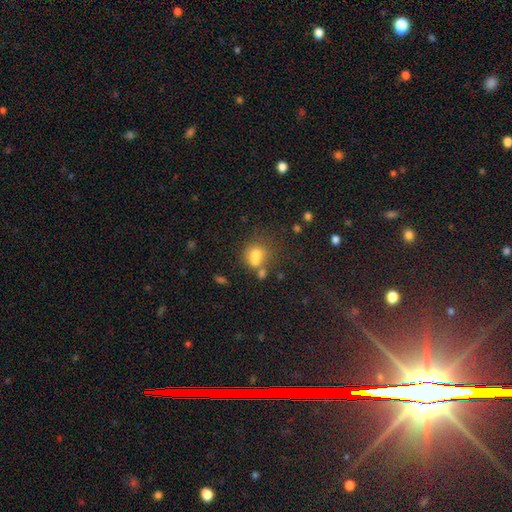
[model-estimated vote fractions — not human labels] Smooth or featured? Predicted: smooth (p=0.65). How rounded? Predicted: round (p=0.74). Merging? Predicted: merger (p=0.48).